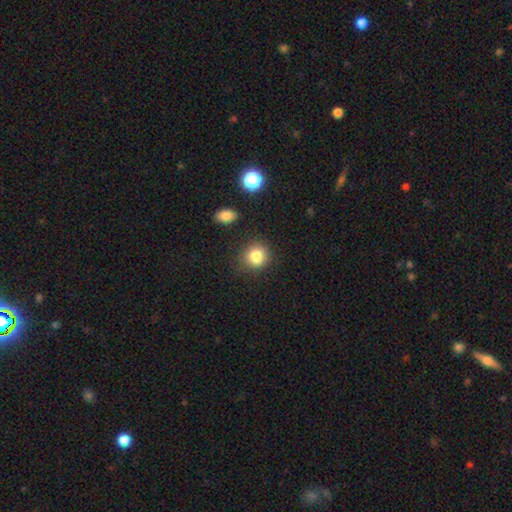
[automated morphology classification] The model was most divided on "how rounded": round: 79%, in between: 20%, cigar-shaped: 1%. More confident: smooth or featured — smooth (83%); merging — none (79%).